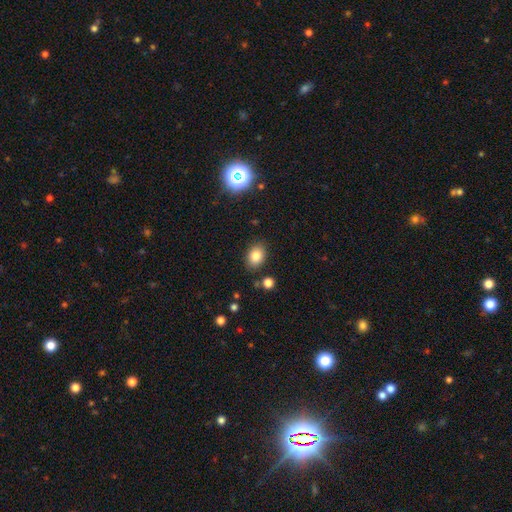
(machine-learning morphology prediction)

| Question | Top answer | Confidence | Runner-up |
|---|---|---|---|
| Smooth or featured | smooth | 82% | star or artifact (11%) |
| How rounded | in between | 70% | round (29%) |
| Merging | none | 84% | minor disturbance (10%) |